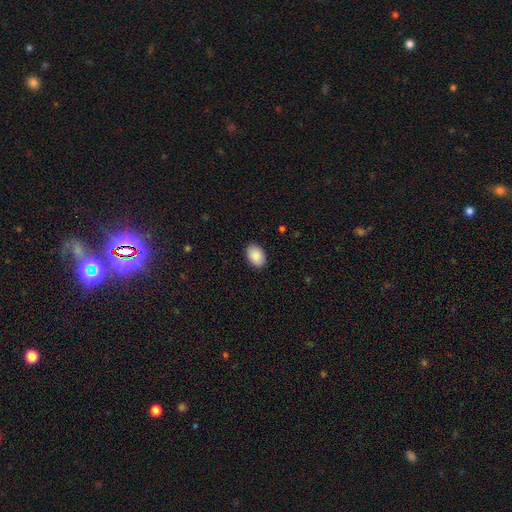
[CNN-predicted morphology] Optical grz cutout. It shows a smooth galaxy with no disk features (90%) that is in between round and cigar-shaped (86%). Merging: none (89%).